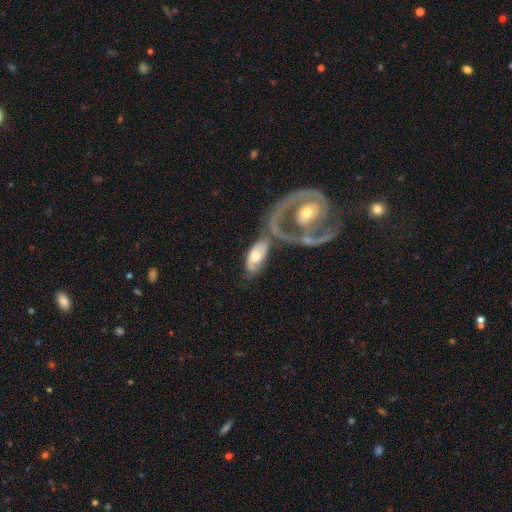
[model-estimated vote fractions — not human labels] featured or disk 55%, smooth 39%, star or artifact 6%. Down the decision tree: edge-on disk — no (88%); merging — none (34%, tied with merger).